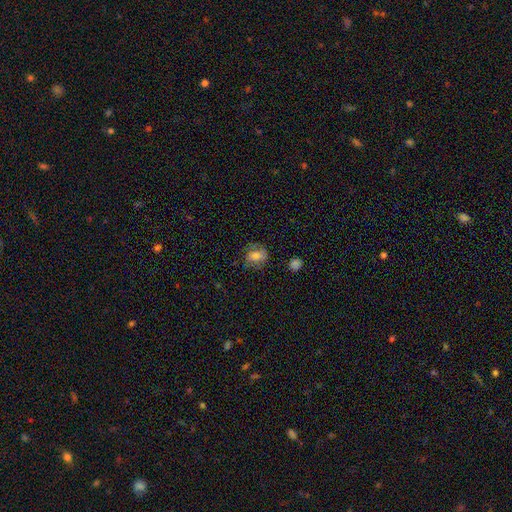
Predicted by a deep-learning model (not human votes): smooth_or_featured: smooth (p=0.68) [alt: featured or disk p=0.20]
how_rounded: round (p=0.53) [alt: in between p=0.46]
merging: none (p=0.65) [alt: minor disturbance p=0.23]